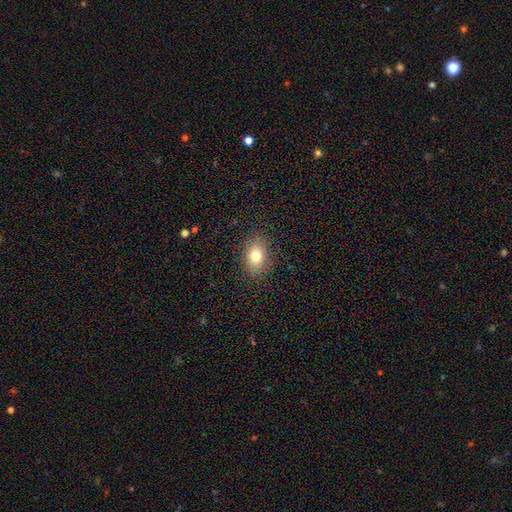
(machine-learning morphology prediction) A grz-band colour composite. It shows a smooth galaxy with no disk features (79%) that is in between round and cigar-shaped (77%). Merging: none (87%).